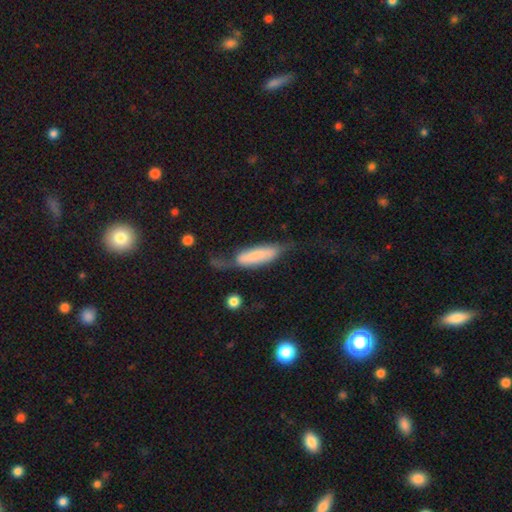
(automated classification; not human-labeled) Morphology: type=smooth (62%); roundness=cigar-shaped (55%); merging=none (37%).